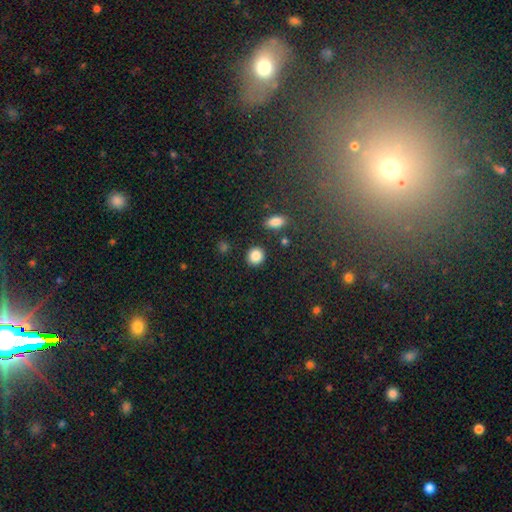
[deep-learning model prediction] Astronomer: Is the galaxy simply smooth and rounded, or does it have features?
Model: smooth — 87%.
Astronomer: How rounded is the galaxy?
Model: round — 83%.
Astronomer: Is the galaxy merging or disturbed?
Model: none — 88%.